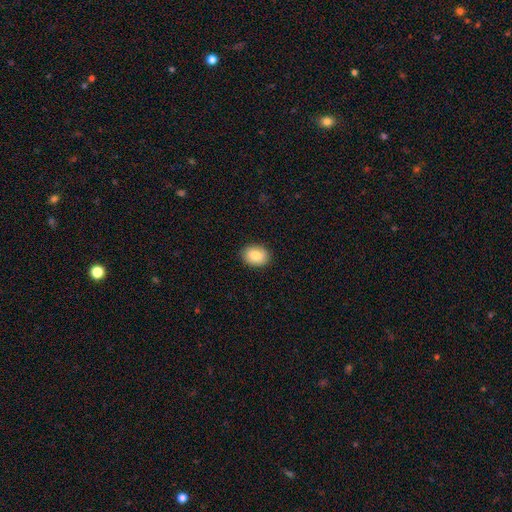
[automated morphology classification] Overall: smooth (85%). How rounded: in between (69%; round 30%). Merging: none (89%).